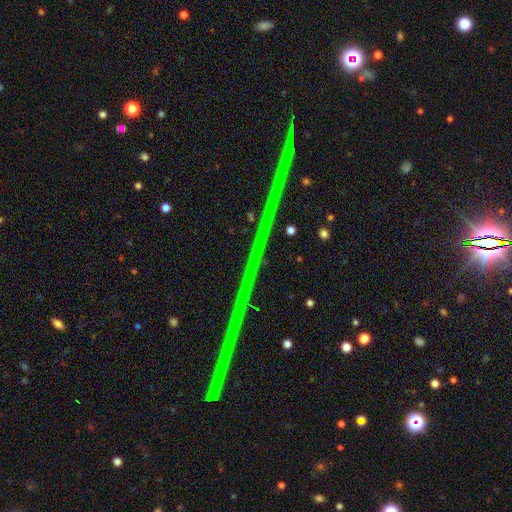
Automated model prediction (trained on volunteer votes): A star or artifact, not a galaxy (86%).

Vote fractions:
- Smooth or featured? star or artifact: 86% / featured or disk: 9% / smooth: 5%